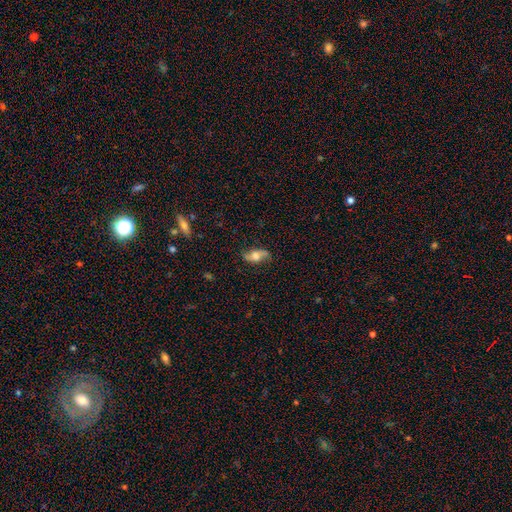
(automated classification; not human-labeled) A featured or disk galaxy (58%).

Vote fractions:
- Smooth or featured? featured or disk: 58% / smooth: 34% / star or artifact: 8%
- Edge-on disk? no: 85% / yes: 15%
- Merging? none: 76% / minor disturbance: 17% / major disturbance: 5% / merger: 1%